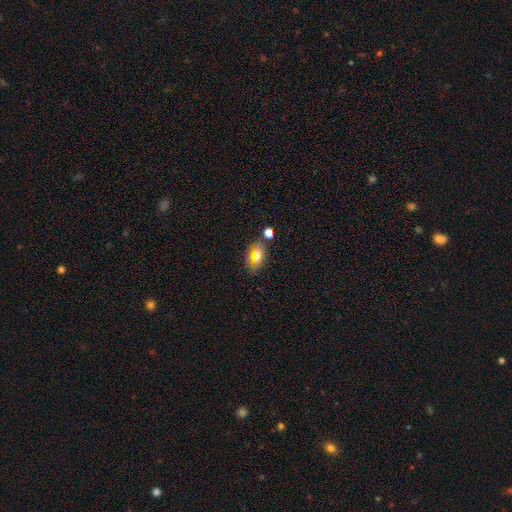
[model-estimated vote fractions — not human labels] Smooth or featured? smooth (58%)
How rounded? in between (80%)
Merging? none (81%)